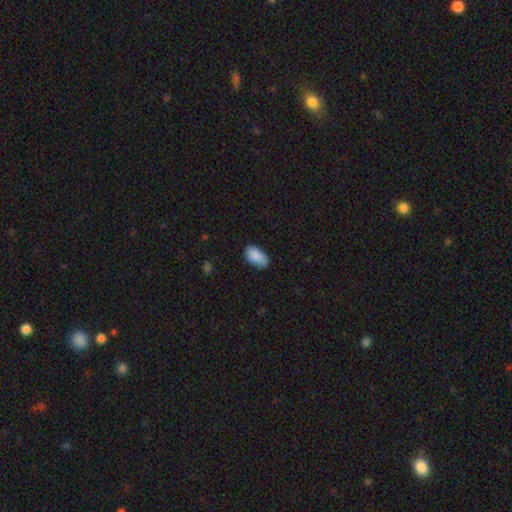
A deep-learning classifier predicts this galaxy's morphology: The model was most divided on "merging": none: 68%, minor disturbance: 26%, major disturbance: 4%, merger: 1%. More confident: how rounded — in between (94%); smooth or featured — smooth (87%).